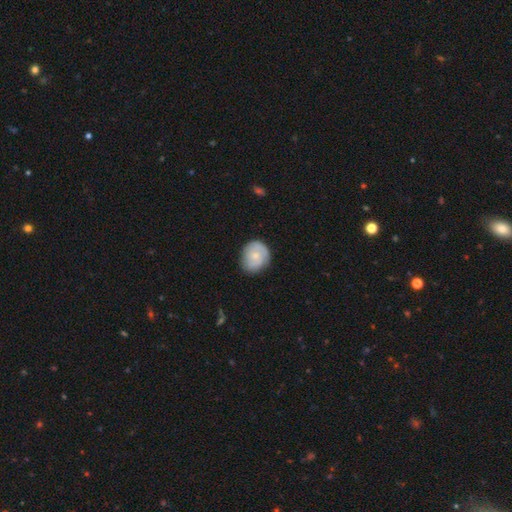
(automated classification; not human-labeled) Smooth or featured: smooth — 51% (featured or disk — 42%)
How rounded: round — 72% (in between — 28%)
Merging: none — 75% (minor disturbance — 19%)